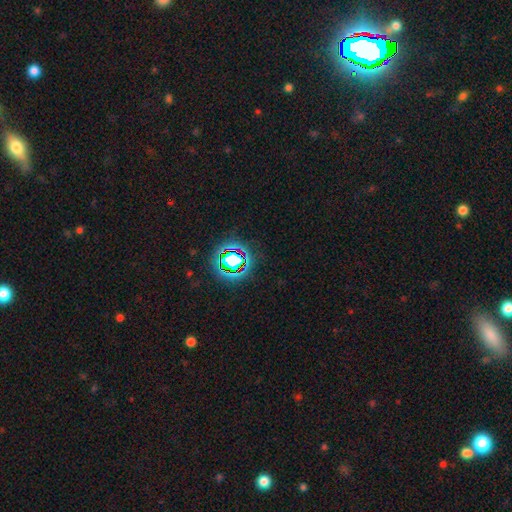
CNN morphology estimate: A star or artifact, not a galaxy (75%).

Vote fractions:
- Smooth or featured? star or artifact: 75% / smooth: 15% / featured or disk: 10%